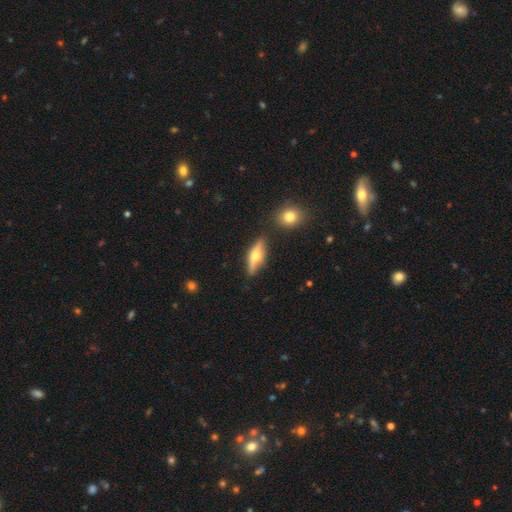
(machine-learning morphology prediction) Smooth or featured? Predicted: featured or disk (p=0.56). Edge-on disk? Predicted: yes (p=0.90). Edge-on bulge? Predicted: rounded (p=0.93). Merging? Predicted: none (p=0.80).